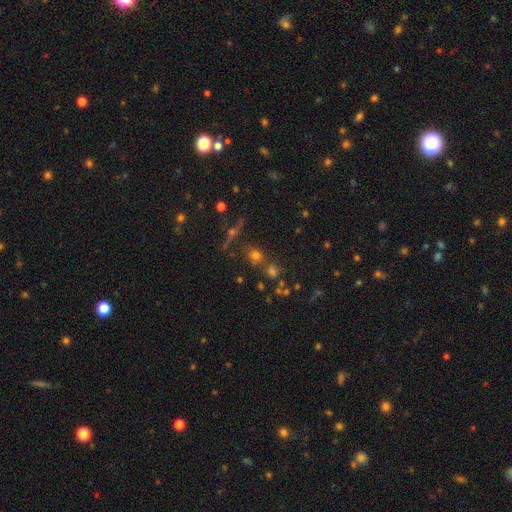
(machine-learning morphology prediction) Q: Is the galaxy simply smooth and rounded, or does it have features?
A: smooth — 50%.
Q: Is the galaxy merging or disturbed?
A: none — 69%.